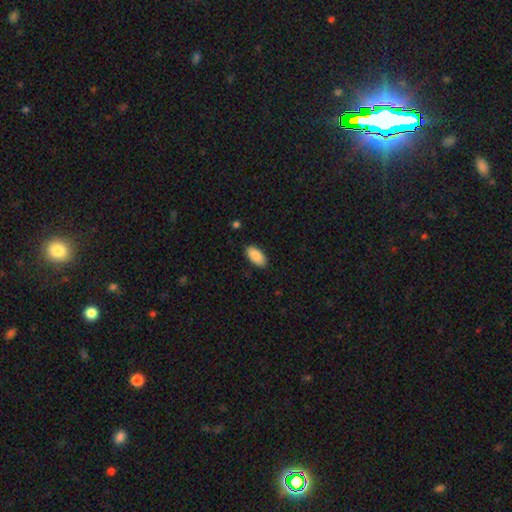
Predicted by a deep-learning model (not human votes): Smooth or featured?
  - smooth: 90% *
  - star or artifact: 6%
  - featured or disk: 4%
How rounded?
  - in between: 93% *
  - cigar-shaped: 5%
  - round: 2%
Merging?
  - none: 88% *
  - minor disturbance: 9%
  - major disturbance: 2%
  - merger: 1%